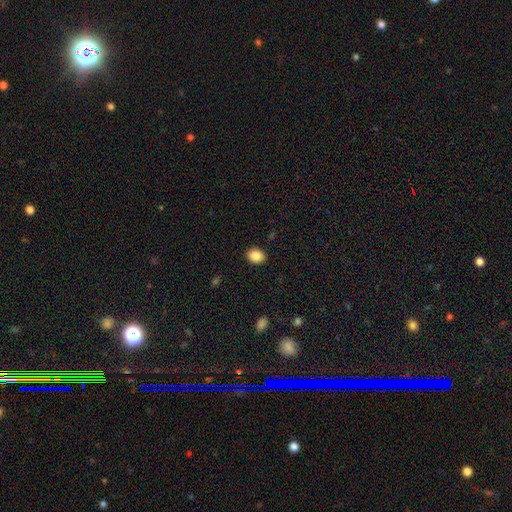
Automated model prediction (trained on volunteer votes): A smooth galaxy with no disk features (87%) that is in between round and cigar-shaped (66%). Merging: none (90%).